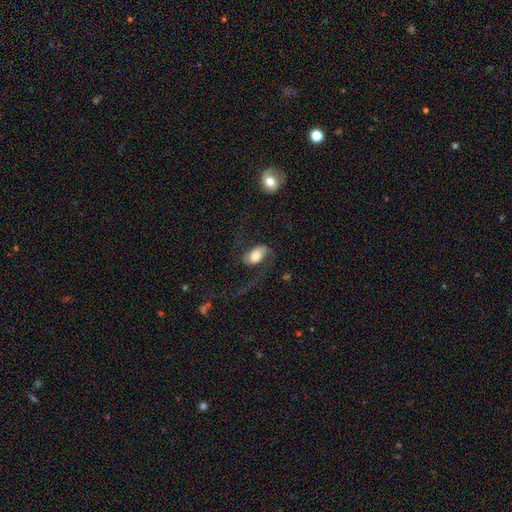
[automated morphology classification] This is possibly a featured or disk galaxy (54%). It is clearly not viewed edge-on (93%). Bar: possibly no (54%). Spiral arm pattern: clearly yes (83%). Central bulge: marginally large (41%). Merging: marginally none (44%).